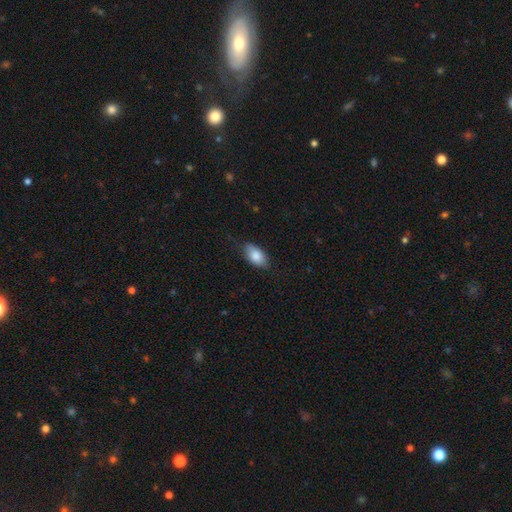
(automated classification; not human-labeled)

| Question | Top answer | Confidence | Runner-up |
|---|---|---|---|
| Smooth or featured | smooth | 84% | featured or disk (10%) |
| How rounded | in between | 91% | round (6%) |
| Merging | none | 78% | minor disturbance (17%) |